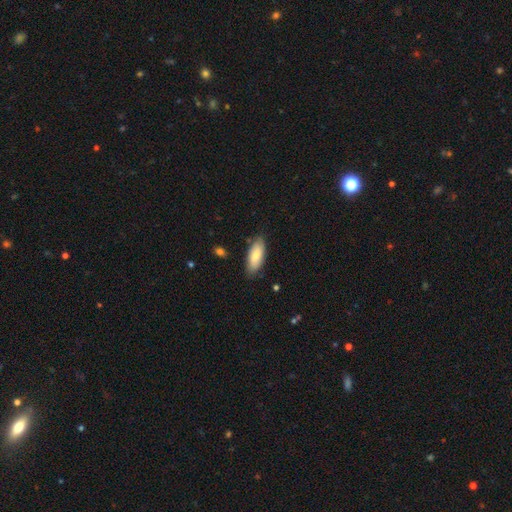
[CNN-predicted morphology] This appears to be a smooth galaxy with no disk features (77%) that is in between round and cigar-shaped (82%). Merging: none (82%).